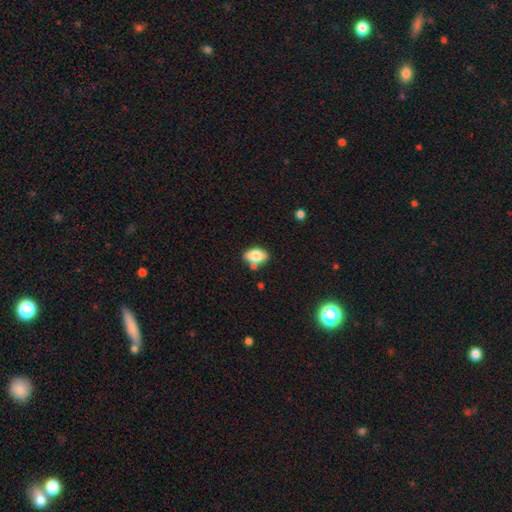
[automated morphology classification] Smooth or featured?
  - smooth: 80% *
  - featured or disk: 12%
  - star or artifact: 8%
How rounded?
  - in between: 87% *
  - round: 10%
  - cigar-shaped: 2%
Merging?
  - none: 67% *
  - minor disturbance: 16%
  - merger: 14%
  - major disturbance: 4%